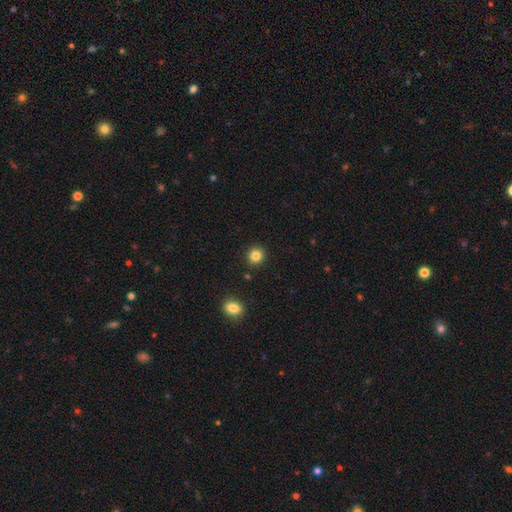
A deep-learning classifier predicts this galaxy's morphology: Overall: smooth (84%). How rounded: round (91%). Merging: none (91%).